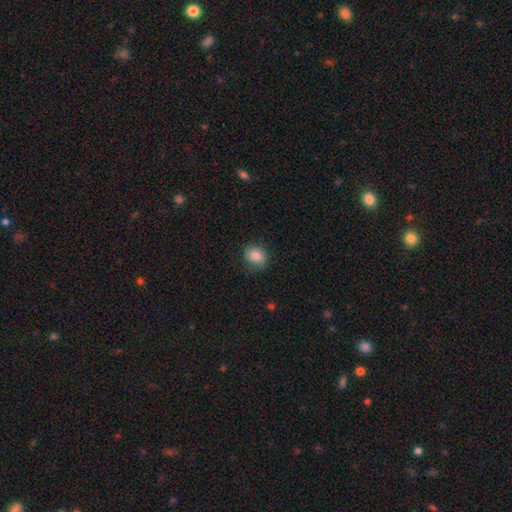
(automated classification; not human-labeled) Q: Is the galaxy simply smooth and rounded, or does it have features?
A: smooth — 82%.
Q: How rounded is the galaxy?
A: round — 72%.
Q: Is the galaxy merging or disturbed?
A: none — 81%.